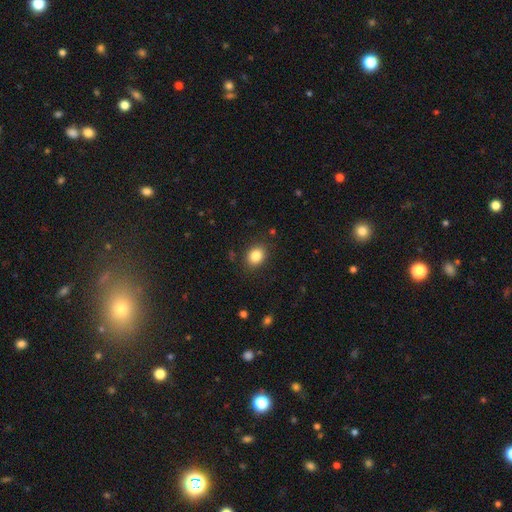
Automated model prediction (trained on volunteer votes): smooth 85%, star or artifact 10%, featured or disk 5%. Down the decision tree: how rounded — in between (50%); merging — none (86%).